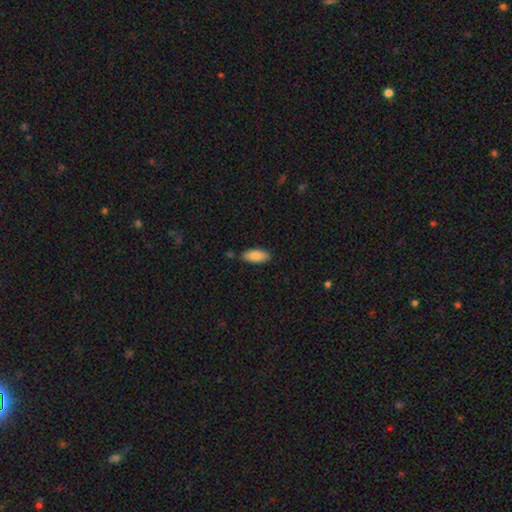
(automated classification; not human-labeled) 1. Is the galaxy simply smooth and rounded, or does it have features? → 86% smooth, 7% featured or disk, 7% star or artifact.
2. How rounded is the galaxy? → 85% in between, 13% cigar-shaped, 2% round.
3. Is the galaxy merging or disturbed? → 83% none, 12% minor disturbance, 3% merger, 2% major disturbance.